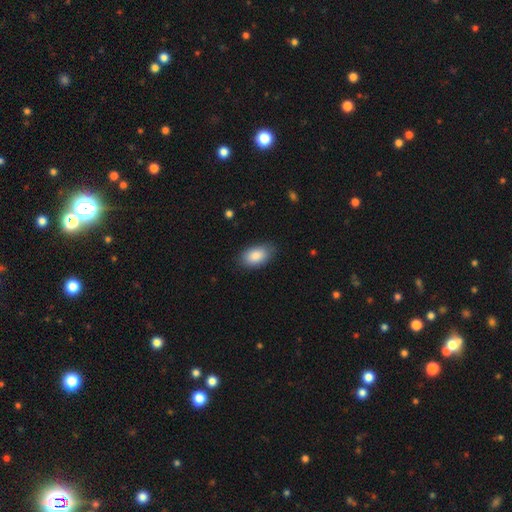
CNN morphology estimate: type=smooth (87%); roundness=in between (93%); merging=none (83%).